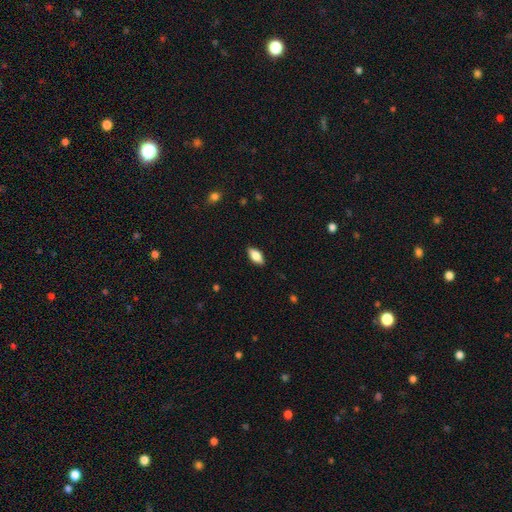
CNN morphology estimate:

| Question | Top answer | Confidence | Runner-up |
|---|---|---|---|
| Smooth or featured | smooth | 75% | featured or disk (18%) |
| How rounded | in between | 87% | cigar-shaped (10%) |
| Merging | none | 87% | minor disturbance (10%) |